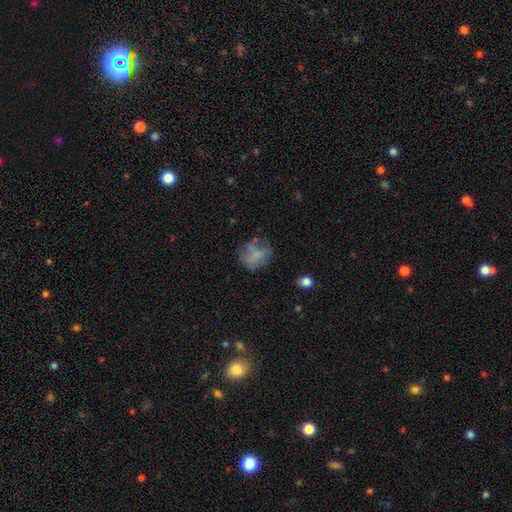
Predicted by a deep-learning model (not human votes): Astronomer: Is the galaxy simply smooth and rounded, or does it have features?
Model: smooth — 62%.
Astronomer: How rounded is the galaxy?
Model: round — 72%.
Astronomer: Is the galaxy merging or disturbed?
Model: none — 53%.